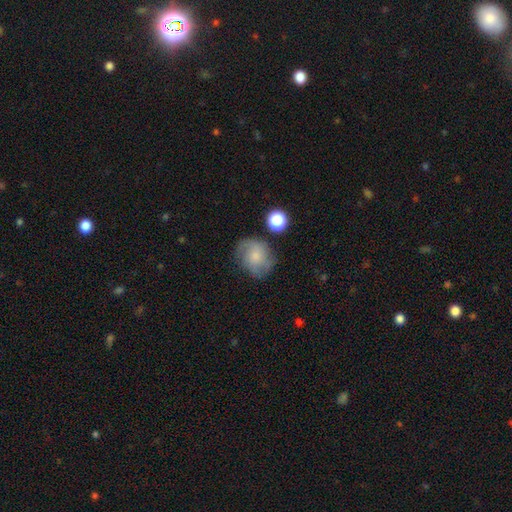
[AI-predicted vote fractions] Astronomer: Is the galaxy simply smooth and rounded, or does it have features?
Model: smooth — 57% (runner-up: featured or disk, 33%).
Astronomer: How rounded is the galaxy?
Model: round — 67%.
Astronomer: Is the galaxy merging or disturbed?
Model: none — 62%.